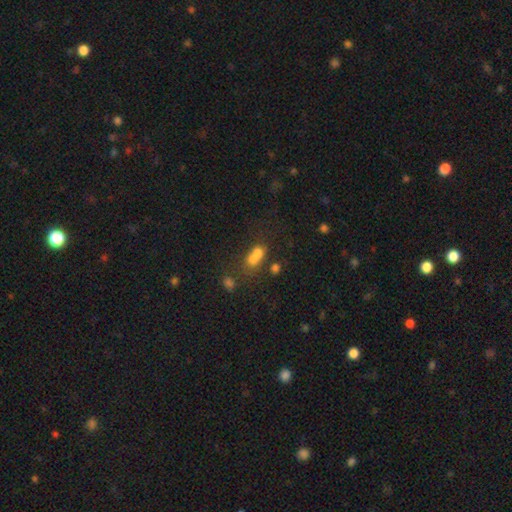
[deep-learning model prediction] This appears to be a smooth galaxy with no disk features (65%) that is round (68%). Merging: merger (64%).